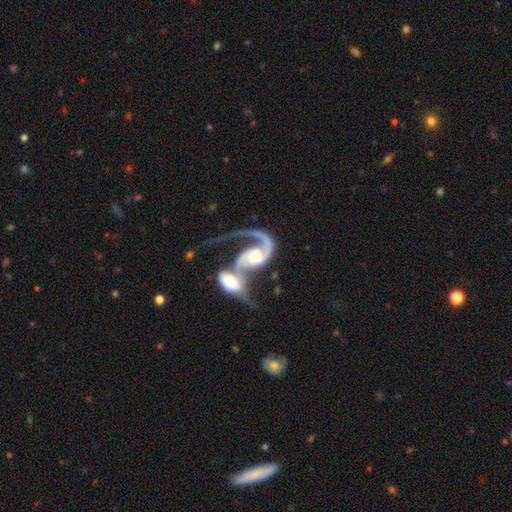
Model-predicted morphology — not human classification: Q: Smooth or featured?
A: featured or disk (89%); runner-up: smooth (7%)
Q: Edge-on disk?
A: no (97%); runner-up: yes (3%)
Q: Bar?
A: no (47%); runner-up: weak (35%)
Q: Spiral arms?
A: yes (96%); runner-up: no (4%)
Q: Spiral winding?
A: loose (51%); runner-up: medium (36%)
Q: Spiral arm count?
A: 2 (69%); runner-up: 1 (24%)
Q: Bulge size?
A: moderate (40%); runner-up: large (25%)
Q: Merging?
A: merger (76%); runner-up: major disturbance (11%)